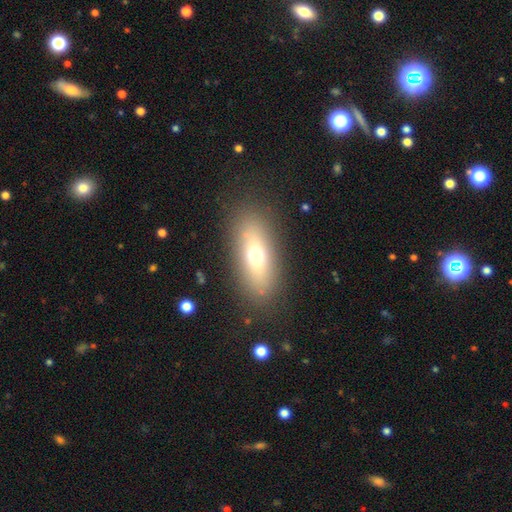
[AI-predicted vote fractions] Smooth or featured? Predicted: smooth (p=0.62). How rounded? Predicted: in between (p=0.67). Merging? Predicted: none (p=0.85).